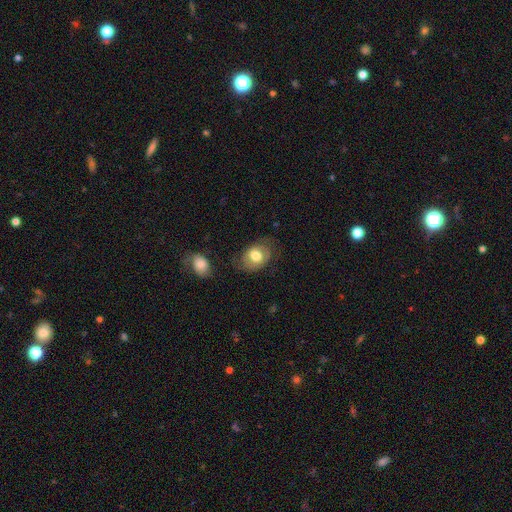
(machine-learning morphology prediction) This appears to be a smooth galaxy with no disk features (68%) that is in between round and cigar-shaped (69%). Merging: none (62%).